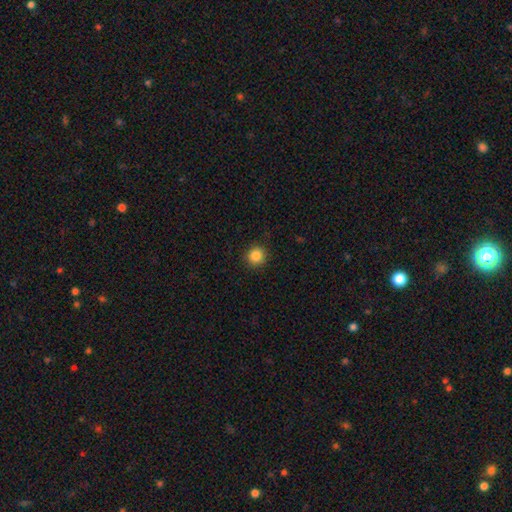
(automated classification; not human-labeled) smooth_or_featured: smooth (p=0.85) [alt: star or artifact p=0.11]
how_rounded: round (p=0.93) [alt: in between p=0.06]
merging: none (p=0.92) [alt: minor disturbance p=0.05]